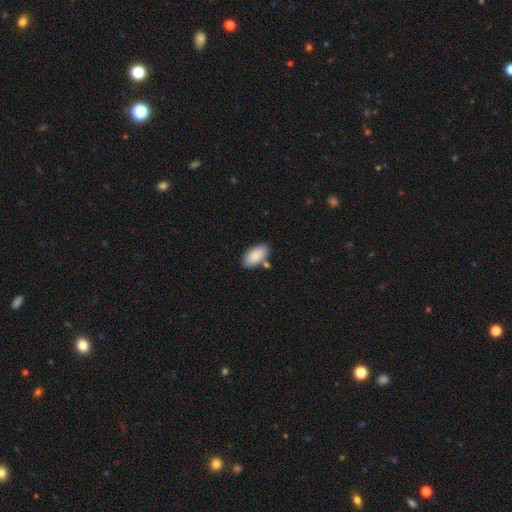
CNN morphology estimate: Smooth or featured? smooth (87%)
How rounded? in between (94%)
Merging? none (75%)